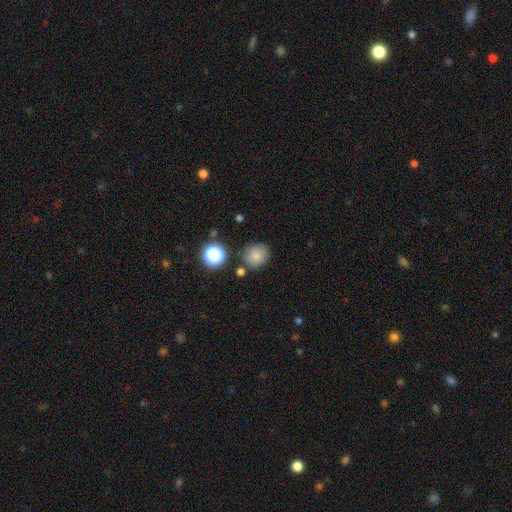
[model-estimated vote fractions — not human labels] Smooth or featured? smooth (81%)
How rounded? round (81%)
Merging? none (77%)